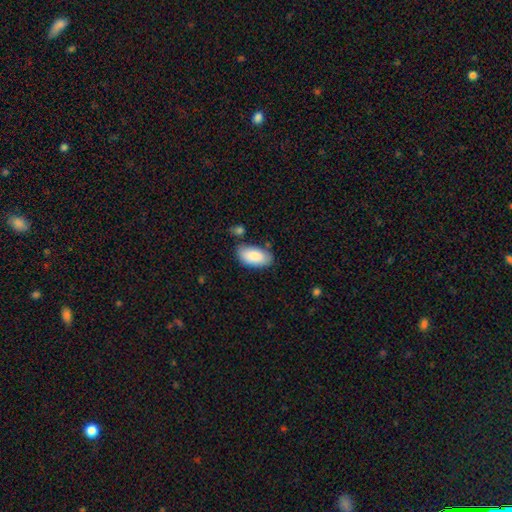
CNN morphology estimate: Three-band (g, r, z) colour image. It shows a smooth galaxy with no disk features (87%) that is in between round and cigar-shaped (95%). Merging: none (76%).